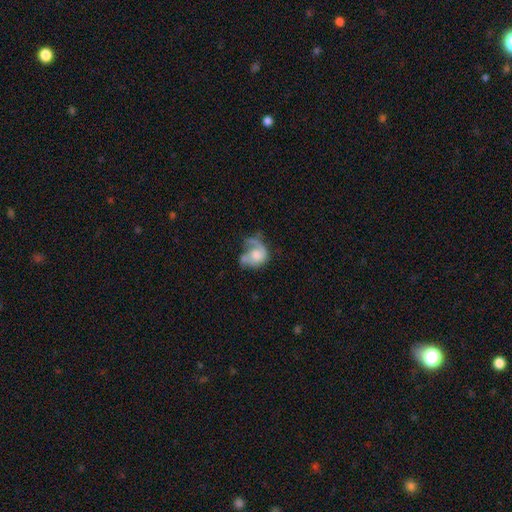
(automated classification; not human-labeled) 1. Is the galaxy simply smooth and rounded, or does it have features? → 50% featured or disk, 42% smooth, 8% star or artifact.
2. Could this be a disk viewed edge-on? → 98% no, 2% yes.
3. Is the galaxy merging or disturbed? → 41% major disturbance, 23% none, 19% minor disturbance, 17% merger.